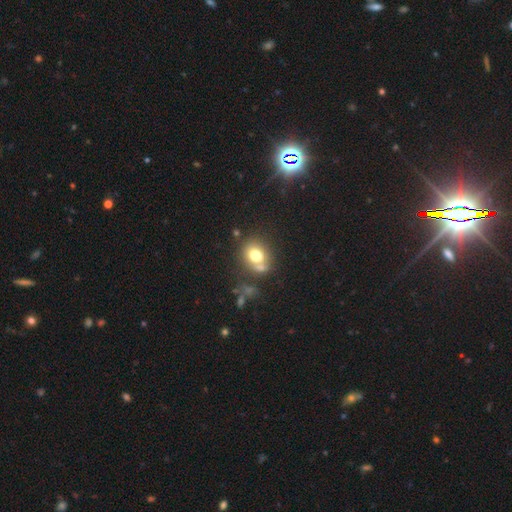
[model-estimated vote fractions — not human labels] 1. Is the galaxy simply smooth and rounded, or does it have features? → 73% smooth, 15% featured or disk, 12% star or artifact.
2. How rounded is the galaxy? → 60% round, 39% in between, 1% cigar-shaped.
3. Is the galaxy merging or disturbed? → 59% none, 18% merger, 16% minor disturbance, 7% major disturbance.